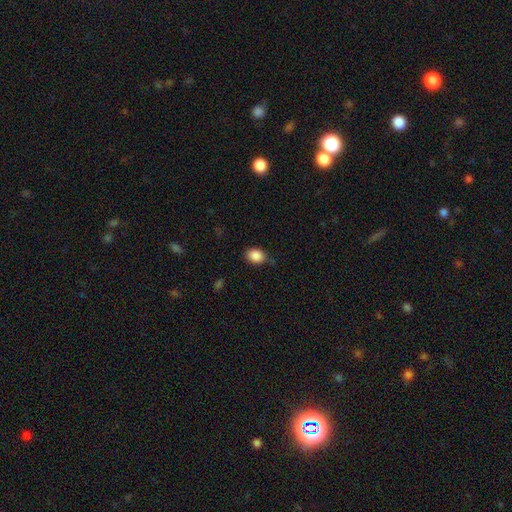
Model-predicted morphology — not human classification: Smooth or featured? Predicted: smooth (p=0.88). How rounded? Predicted: in between (p=0.70). Merging? Predicted: none (p=0.79).